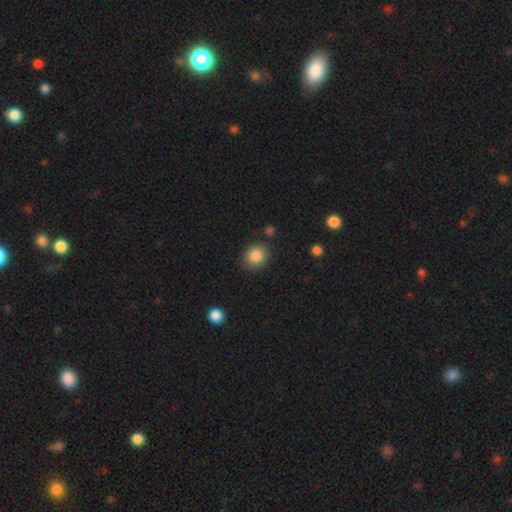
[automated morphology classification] Smooth or featured: smooth — 87% (star or artifact — 9%)
How rounded: round — 78% (in between — 21%)
Merging: none — 85% (minor disturbance — 9%)